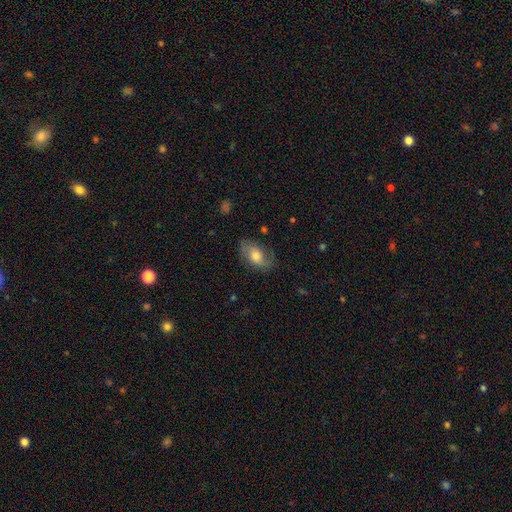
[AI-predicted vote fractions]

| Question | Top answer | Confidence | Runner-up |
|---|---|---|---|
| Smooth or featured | featured or disk | 49% | smooth (43%) |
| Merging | none | 71% | minor disturbance (19%) |